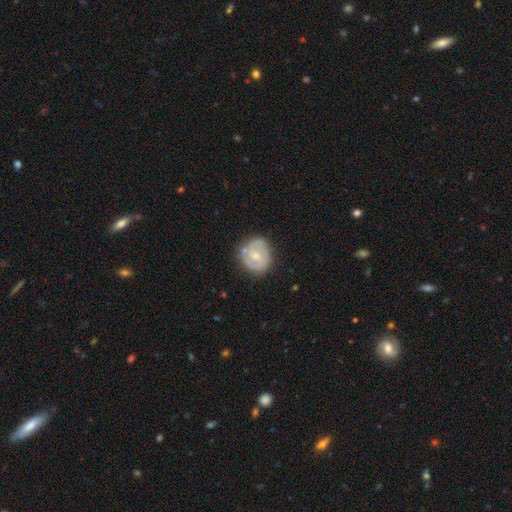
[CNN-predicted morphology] The model was most divided on "smooth or featured": featured or disk: 51%, smooth: 43%, star or artifact: 6%. More confident: edge-on disk — no (97%); merging — none (69%).